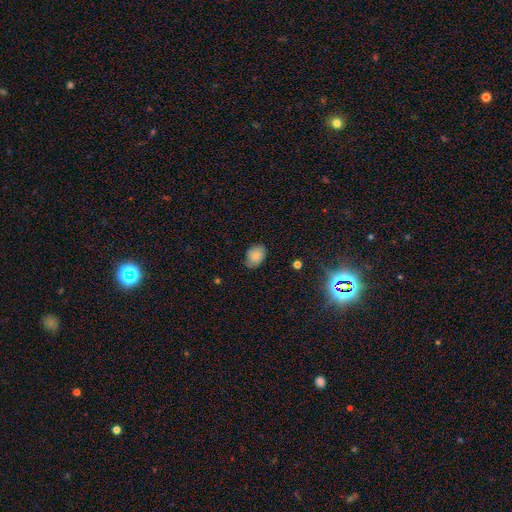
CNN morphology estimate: A smooth galaxy with no disk features (80%) that is in between round and cigar-shaped (75%).

Vote fractions:
- Smooth or featured? smooth: 80% / featured or disk: 11% / star or artifact: 9%
- How rounded? in between: 75% / round: 24% / cigar-shaped: 1%
- Merging? none: 76% / minor disturbance: 19% / major disturbance: 3% / merger: 1%